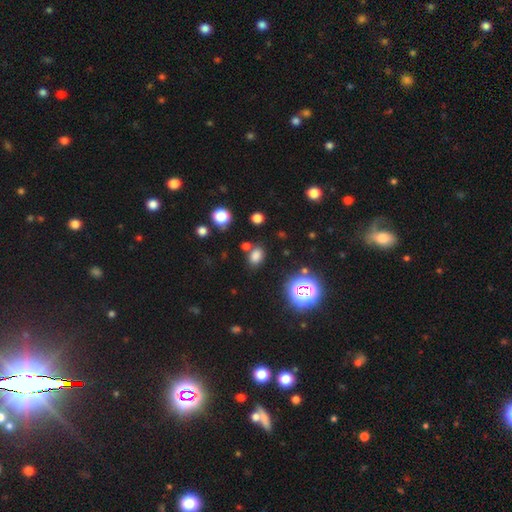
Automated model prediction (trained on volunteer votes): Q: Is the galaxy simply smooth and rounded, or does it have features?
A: smooth — 75%.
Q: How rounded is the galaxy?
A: in between — 70%.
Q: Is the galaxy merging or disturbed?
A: none — 76%.